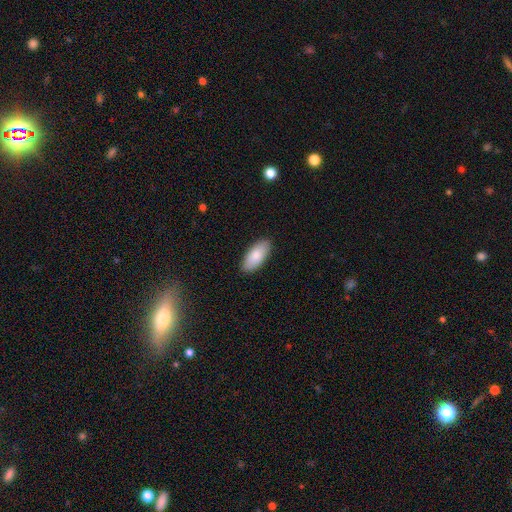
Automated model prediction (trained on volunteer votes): Morphology: type=smooth (85%); roundness=in between (90%); merging=none (89%).